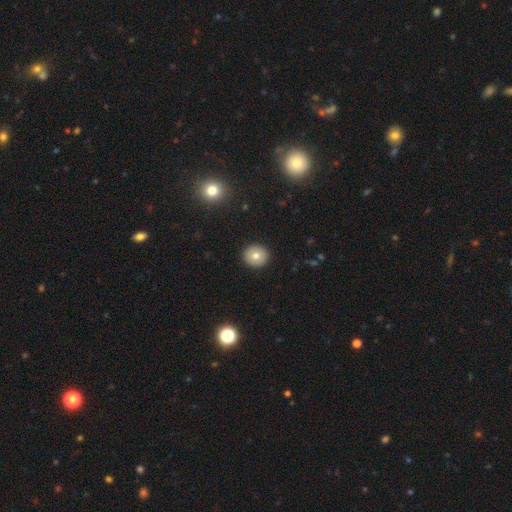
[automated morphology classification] The model was most divided on "smooth or featured": smooth: 76%, featured or disk: 15%, star or artifact: 10%. More confident: merging — none (92%); how rounded — round (89%).